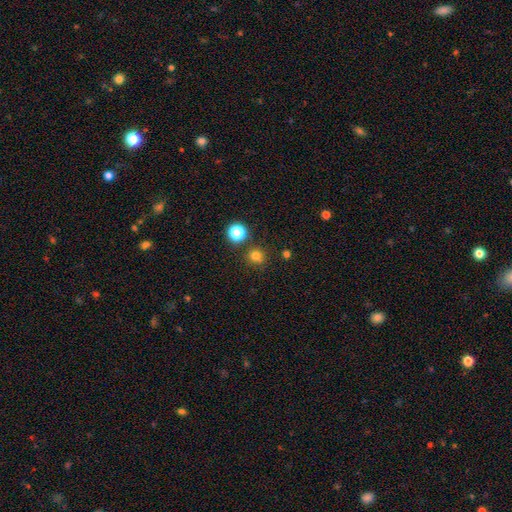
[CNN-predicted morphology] This appears to be a smooth galaxy with no disk features (75%) that is round (91%). Merging: none (81%).